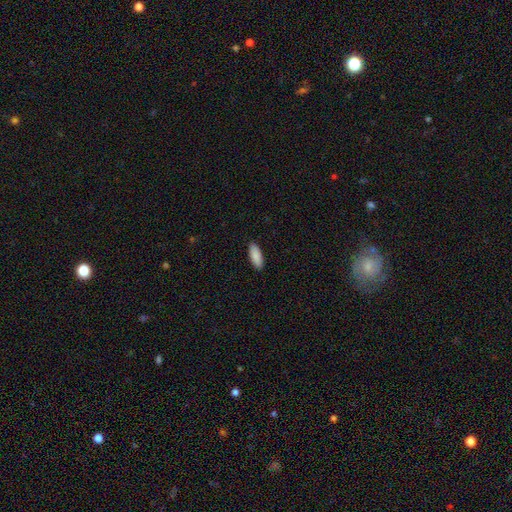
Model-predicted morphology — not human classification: Smooth or featured?
  - smooth: 90% *
  - star or artifact: 6%
  - featured or disk: 4%
How rounded?
  - in between: 75% *
  - cigar-shaped: 23%
  - round: 2%
Merging?
  - none: 90% *
  - minor disturbance: 7%
  - major disturbance: 2%
  - merger: 1%